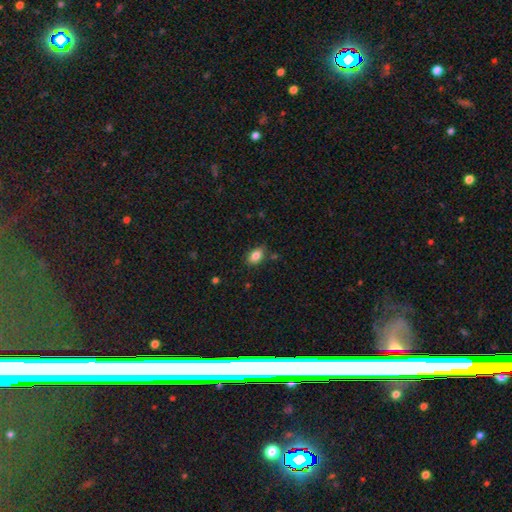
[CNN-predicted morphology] smooth-or-featured: smooth: 84% | star or artifact: 9% | featured or disk: 7%
  how-rounded: in between: 86% | round: 12% | cigar-shaped: 2%
  merging: none: 79% | minor disturbance: 15% | merger: 3% | major disturbance: 3%